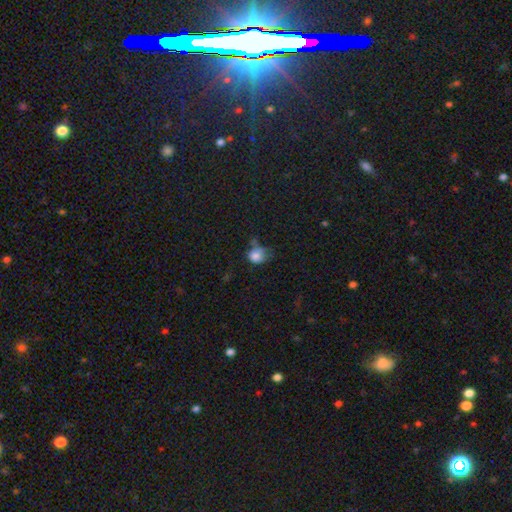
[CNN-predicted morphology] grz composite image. It shows a smooth galaxy with no disk features (80%) that is round (65%). Merging: none (39%).